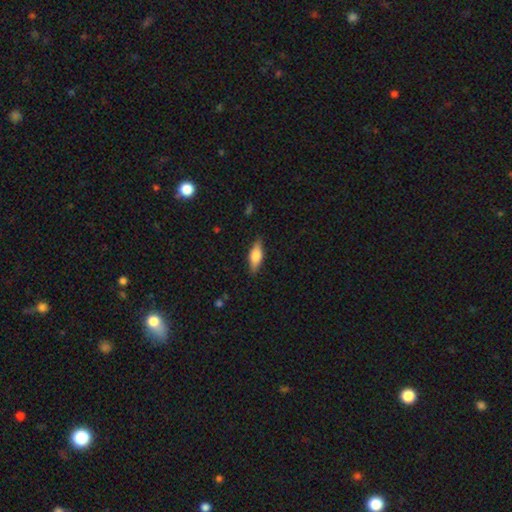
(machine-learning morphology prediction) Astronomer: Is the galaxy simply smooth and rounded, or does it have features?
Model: smooth — 68%.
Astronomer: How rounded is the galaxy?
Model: in between — 70%.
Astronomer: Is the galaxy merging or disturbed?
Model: none — 85%.